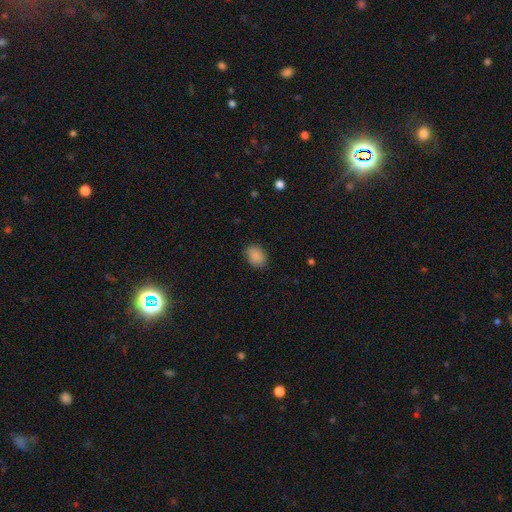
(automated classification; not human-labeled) A smooth galaxy with no disk features (87%) that is in between round and cigar-shaped (66%).

Vote fractions:
- Smooth or featured? smooth: 87% / star or artifact: 9% / featured or disk: 5%
- How rounded? in between: 66% / round: 33% / cigar-shaped: 1%
- Merging? none: 79% / minor disturbance: 16% / major disturbance: 4% / merger: 1%